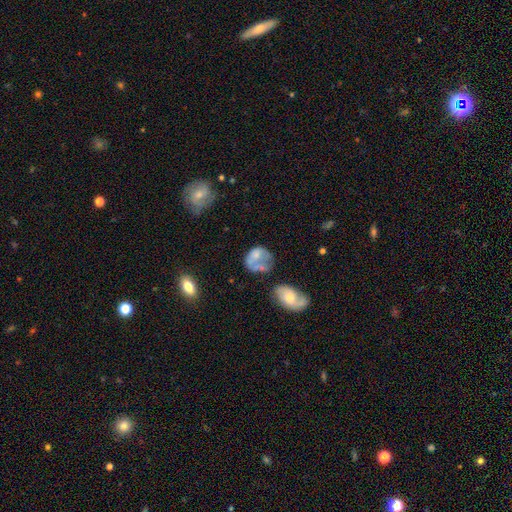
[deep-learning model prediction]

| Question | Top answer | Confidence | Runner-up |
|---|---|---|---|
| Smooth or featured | smooth | 55% | featured or disk (36%) |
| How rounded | in between | 55% | round (43%) |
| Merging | major disturbance | 32% | none (26%) |